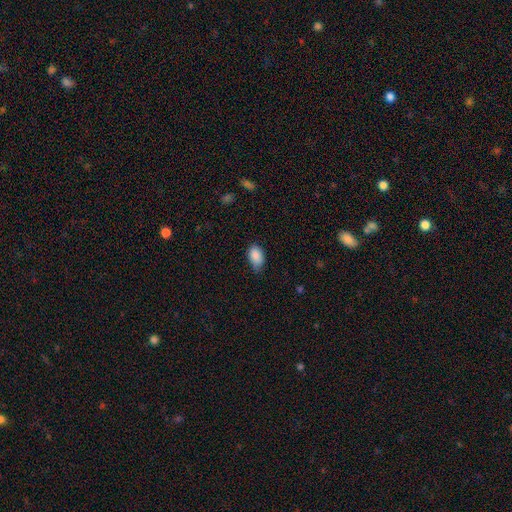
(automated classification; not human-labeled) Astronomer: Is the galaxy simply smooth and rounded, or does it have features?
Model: smooth — 89%.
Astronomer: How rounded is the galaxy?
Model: in between — 91%.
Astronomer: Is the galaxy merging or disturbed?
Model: none — 63%.